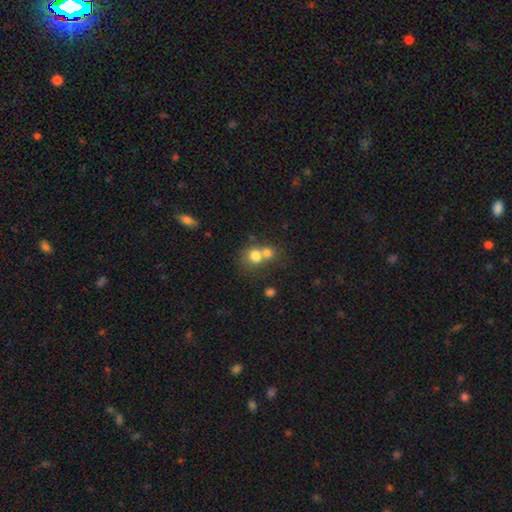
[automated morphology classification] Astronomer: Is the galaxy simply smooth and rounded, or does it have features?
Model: smooth — 75%.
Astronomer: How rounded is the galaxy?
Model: round — 79%.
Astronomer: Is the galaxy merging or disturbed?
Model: merger — 59%.